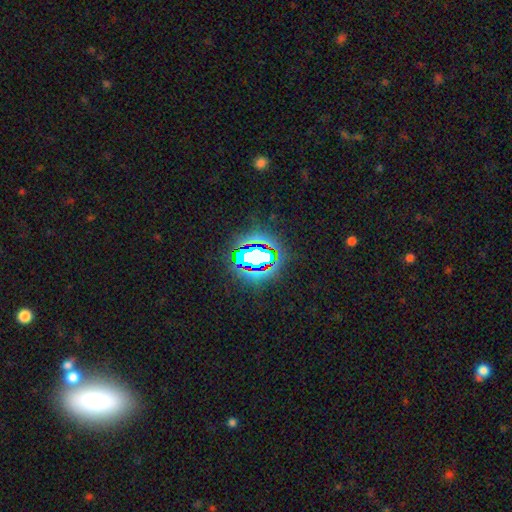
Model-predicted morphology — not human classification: Q: Smooth or featured?
A: star or artifact (59%); runner-up: smooth (24%)